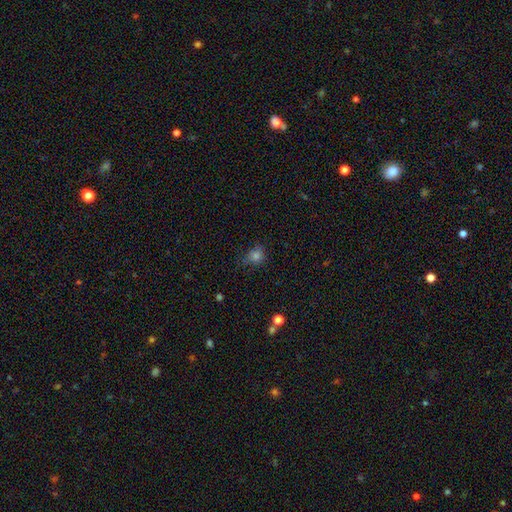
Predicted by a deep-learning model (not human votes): A smooth galaxy with no disk features (77%) that is round (74%). Merging: none (67%).